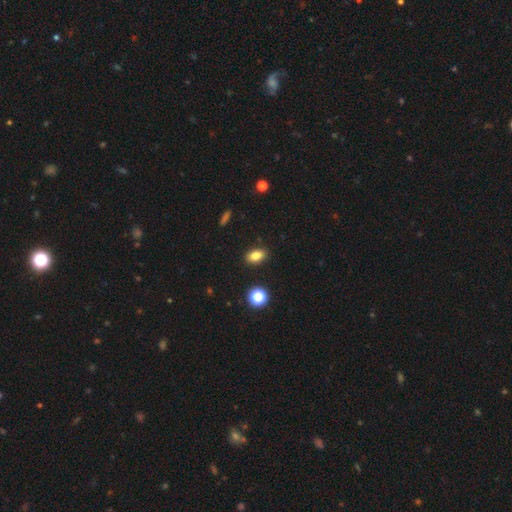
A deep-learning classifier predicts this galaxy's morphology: A smooth galaxy with no disk features (80%) that is in between round and cigar-shaped (84%). Merging: none (89%).